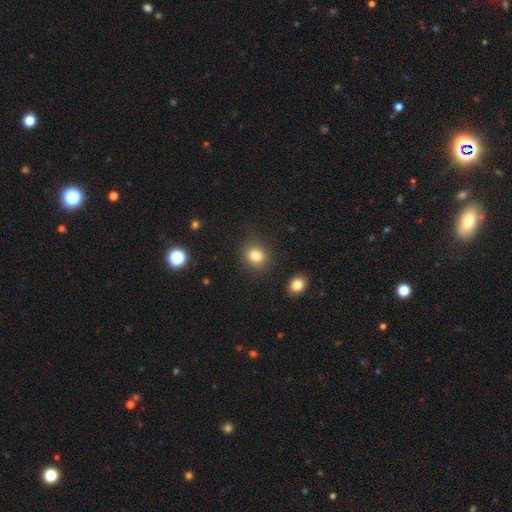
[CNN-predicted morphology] Smooth or featured? smooth (82%)
How rounded? round (77%)
Merging? none (86%)